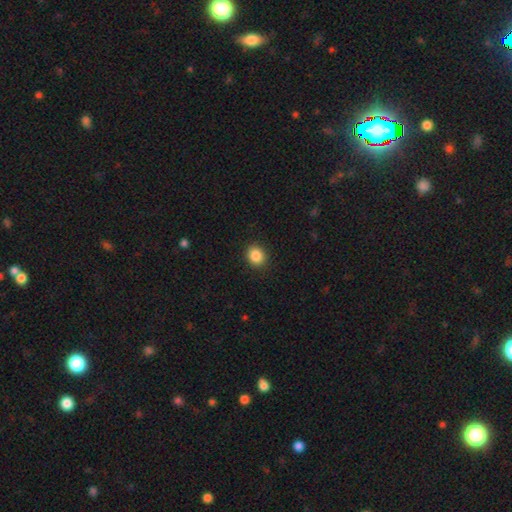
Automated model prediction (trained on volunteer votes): Smooth or featured?
  - smooth: 87% *
  - star or artifact: 9%
  - featured or disk: 4%
How rounded?
  - round: 65% *
  - in between: 34%
  - cigar-shaped: 1%
Merging?
  - none: 90% *
  - minor disturbance: 7%
  - major disturbance: 2%
  - merger: 1%